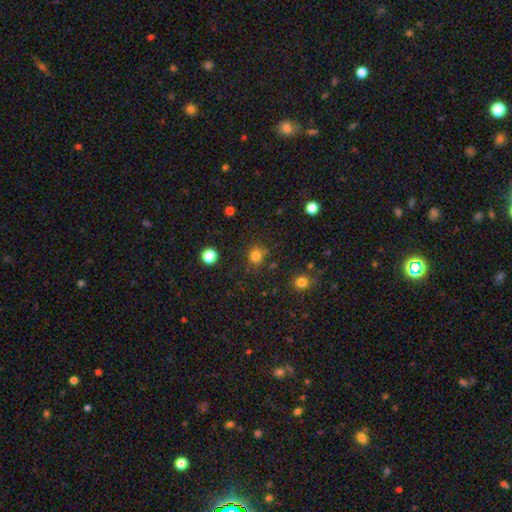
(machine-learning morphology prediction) This is likely a smooth galaxy (79%). How rounded: clearly round (84%). Merging: likely none (79%).